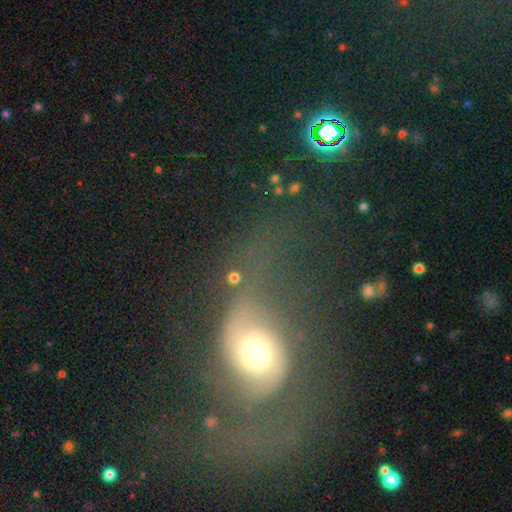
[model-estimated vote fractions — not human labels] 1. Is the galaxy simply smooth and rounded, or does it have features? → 69% featured or disk, 19% smooth, 12% star or artifact.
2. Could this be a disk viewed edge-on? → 96% no, 4% yes.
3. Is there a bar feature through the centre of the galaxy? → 62% no, 27% weak, 11% strong.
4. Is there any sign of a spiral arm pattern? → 80% yes, 20% no.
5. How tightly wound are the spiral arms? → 59% loose, 32% medium, 9% tight.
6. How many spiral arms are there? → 82% 2, 10% 1, 5% can't tell, 1% 3, 1% 4, 1% more than 4.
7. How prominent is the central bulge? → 54% moderate, 27% large, 11% small, 7% dominant, 2% none.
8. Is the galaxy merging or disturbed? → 42% none, 38% major disturbance, 15% minor disturbance, 6% merger.